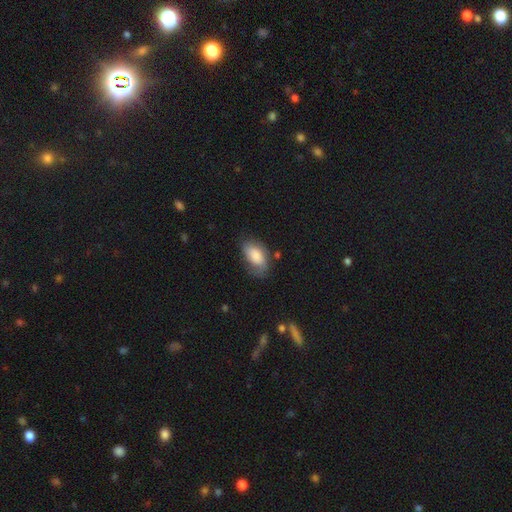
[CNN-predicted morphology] smooth 76%, featured or disk 18%, star or artifact 7%. Down the decision tree: how rounded — in between (93%); merging — none (57%).